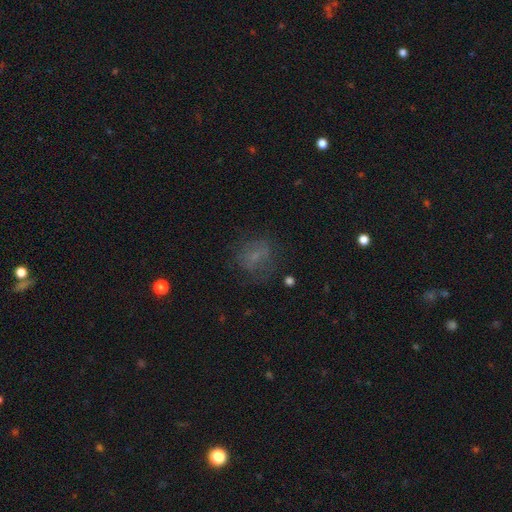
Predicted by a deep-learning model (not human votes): Morphology: type=smooth (51%); roundness=round (61%); merging=none (61%).